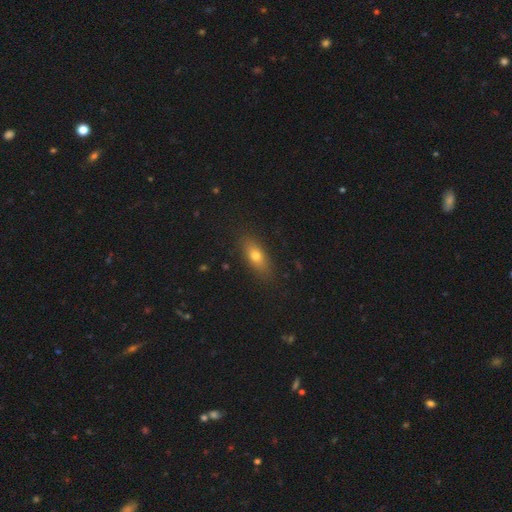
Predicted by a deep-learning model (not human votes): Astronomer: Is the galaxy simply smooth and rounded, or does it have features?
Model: smooth — 72%.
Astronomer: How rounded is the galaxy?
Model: in between — 69%.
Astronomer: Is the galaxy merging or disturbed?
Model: none — 85%.